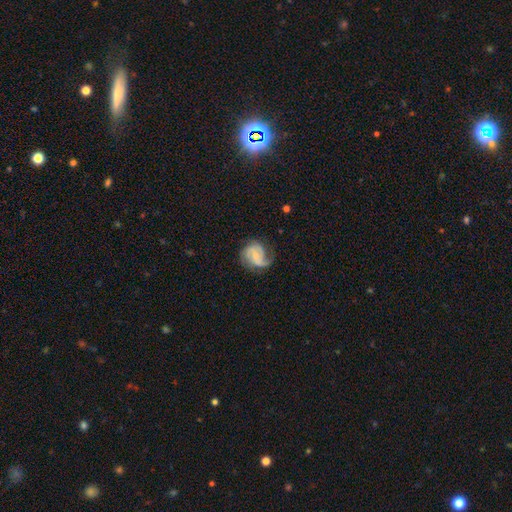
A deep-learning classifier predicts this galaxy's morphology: featured or disk 81%, smooth 14%, star or artifact 6%. Down the decision tree: edge-on disk — no (98%); bar — no (48%); spiral arms — yes (96%); spiral arm count — 2 (47%); spiral winding — medium (48%); bulge size — small (62%); merging — none (60%).